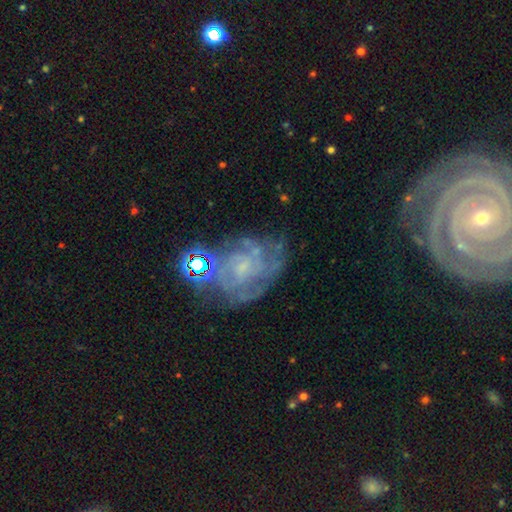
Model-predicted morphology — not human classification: This is likely a featured or disk galaxy (75%). It is clearly not viewed edge-on (97%). Bar: likely no (68%). Spiral arm pattern: clearly yes (88%). Spiral arm count: marginally can't tell (41%). Spiral winding: possibly tight (55%). Central bulge: likely small (63%). Merging: possibly none (57%).